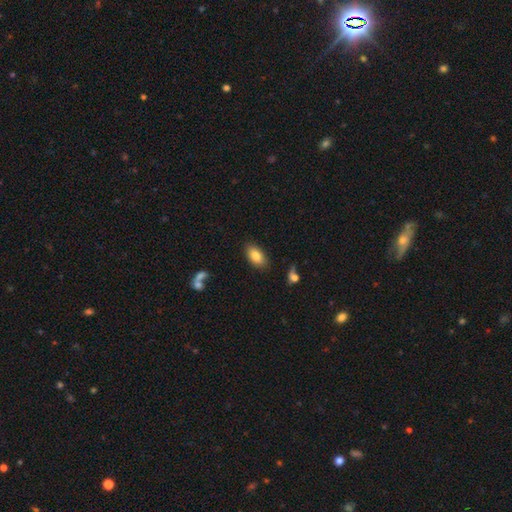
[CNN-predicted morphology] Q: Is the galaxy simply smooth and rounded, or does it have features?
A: smooth — 83%.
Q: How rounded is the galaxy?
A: in between — 92%.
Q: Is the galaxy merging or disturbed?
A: none — 84%.